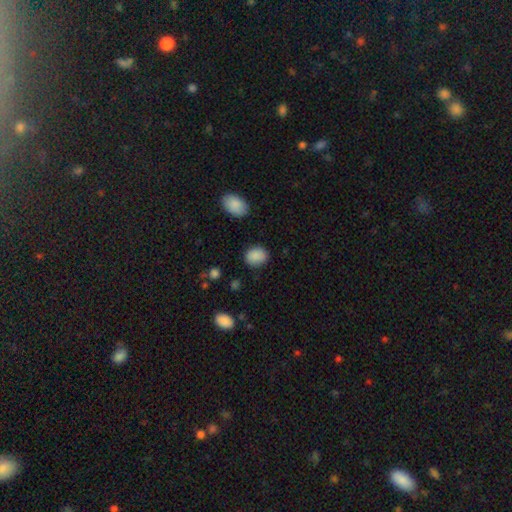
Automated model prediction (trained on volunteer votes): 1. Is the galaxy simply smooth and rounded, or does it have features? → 88% smooth, 8% star or artifact, 4% featured or disk.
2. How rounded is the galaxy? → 50% in between, 49% round, 1% cigar-shaped.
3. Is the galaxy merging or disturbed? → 83% none, 12% minor disturbance, 3% major disturbance, 2% merger.